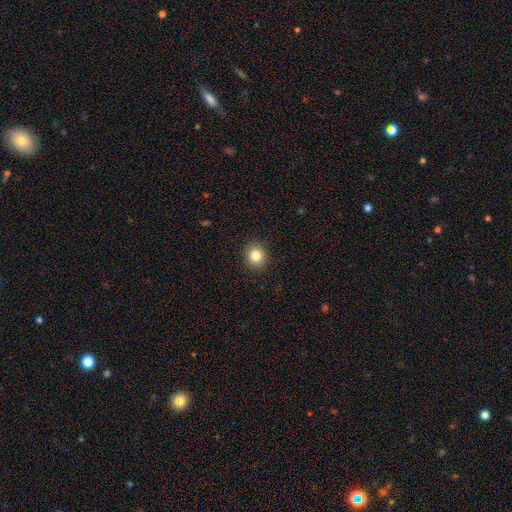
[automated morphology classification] smooth 82%, star or artifact 11%, featured or disk 7%. Down the decision tree: how rounded — round (78%); merging — none (91%).